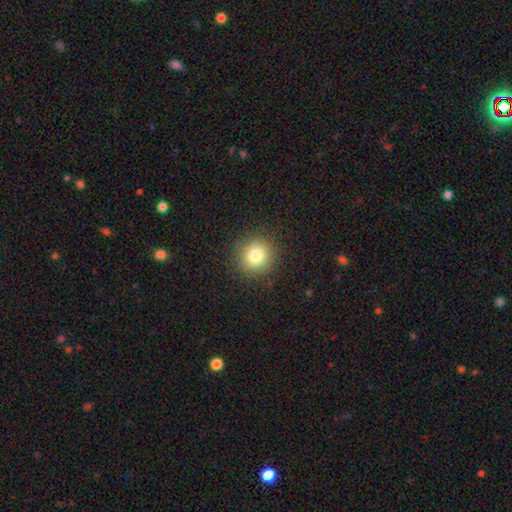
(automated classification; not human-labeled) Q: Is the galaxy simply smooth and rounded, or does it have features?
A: smooth — 80%.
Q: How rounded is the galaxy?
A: round — 92%.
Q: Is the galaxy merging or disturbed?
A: none — 90%.